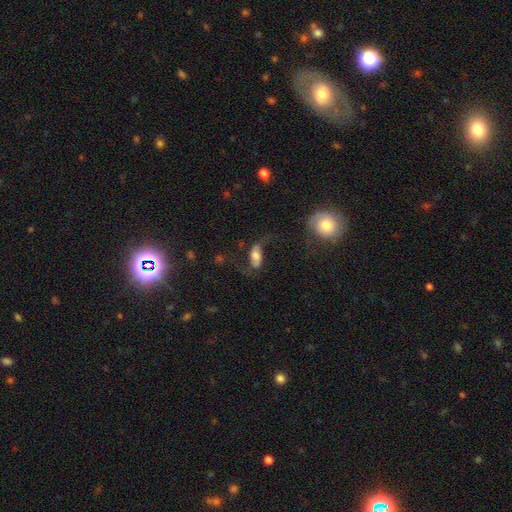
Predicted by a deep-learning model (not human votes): Smooth or featured: featured or disk — 46% (smooth — 45%)
Merging: none — 48% (major disturbance — 28%)